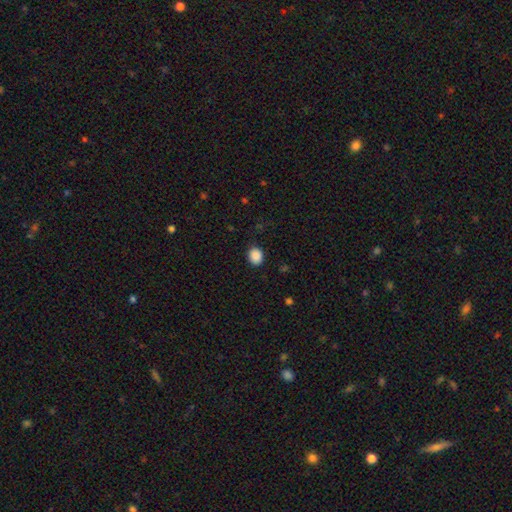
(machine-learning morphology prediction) Smooth or featured? Predicted: smooth (p=0.89). How rounded? Predicted: round (p=0.59). Merging? Predicted: none (p=0.88).